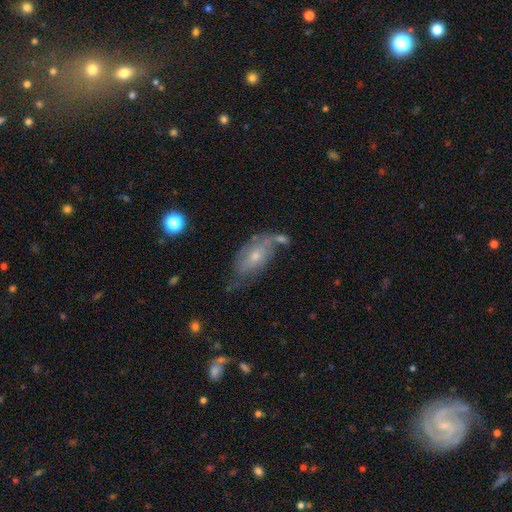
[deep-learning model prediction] A featured or disk galaxy (54%).

Vote fractions:
- Smooth or featured? featured or disk: 54% / smooth: 38% / star or artifact: 8%
- Edge-on disk? no: 88% / yes: 12%
- Merging? none: 42% / minor disturbance: 28% / major disturbance: 16% / merger: 14%